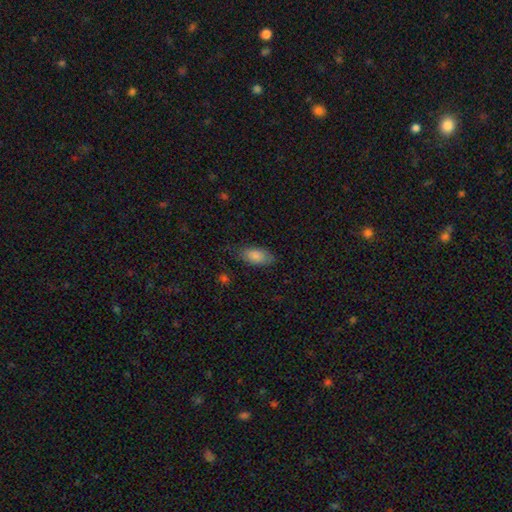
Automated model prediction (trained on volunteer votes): smooth 85%, featured or disk 8%, star or artifact 7%. Down the decision tree: how rounded — in between (91%); merging — none (73%).